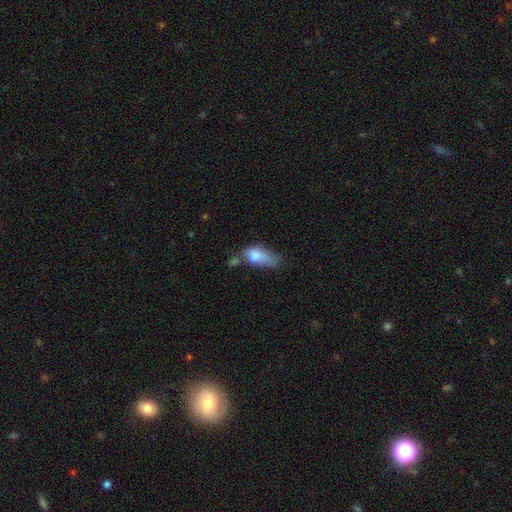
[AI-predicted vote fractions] Smooth or featured? Predicted: smooth (p=0.70). How rounded? Predicted: in between (p=0.84). Merging? Predicted: major disturbance (p=0.30).